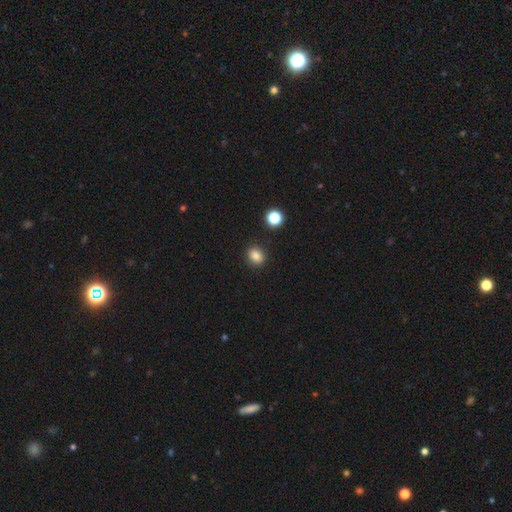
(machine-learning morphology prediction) Smooth or featured? smooth (84%)
How rounded? round (54%)
Merging? none (87%)